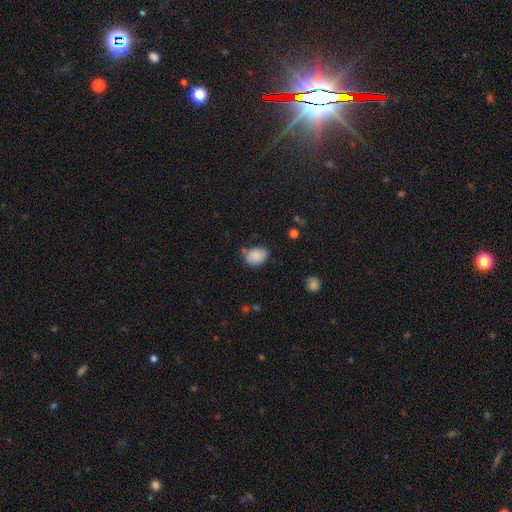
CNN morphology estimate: A smooth galaxy with no disk features (86%) that is in between round and cigar-shaped (73%).

Vote fractions:
- Smooth or featured? smooth: 86% / star or artifact: 8% / featured or disk: 6%
- How rounded? in between: 73% / round: 26% / cigar-shaped: 1%
- Merging? none: 67% / minor disturbance: 23% / major disturbance: 5% / merger: 5%